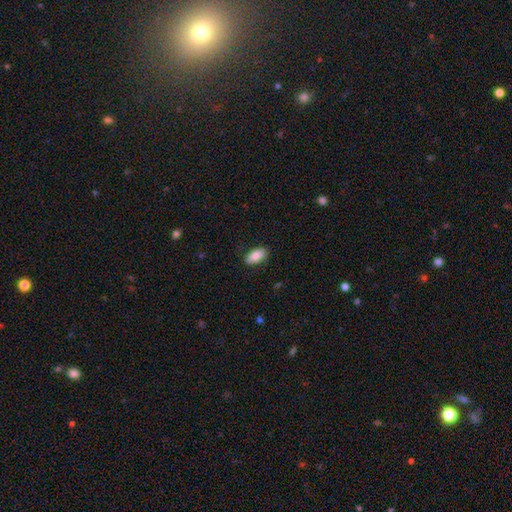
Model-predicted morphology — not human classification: smooth-or-featured: smooth: 86% | featured or disk: 7% | star or artifact: 7%
  how-rounded: in between: 92% | cigar-shaped: 5% | round: 3%
  merging: none: 86% | minor disturbance: 11% | major disturbance: 2% | merger: 1%